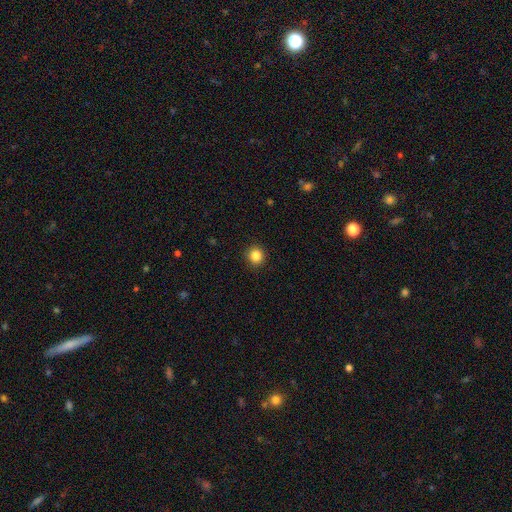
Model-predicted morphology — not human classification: Overall: smooth (85%). How rounded: round (90%). Merging: none (92%).